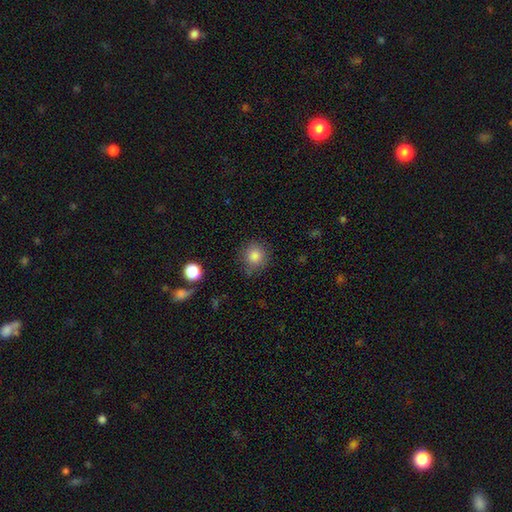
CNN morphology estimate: This appears to be a smooth galaxy with no disk features (85%) that is round (89%). Merging: none (81%).